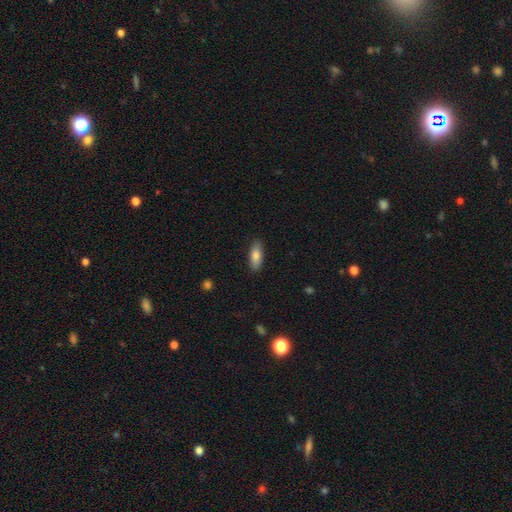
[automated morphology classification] This appears to be a smooth galaxy with no disk features (80%) that is in between round and cigar-shaped (72%). Merging: none (88%).